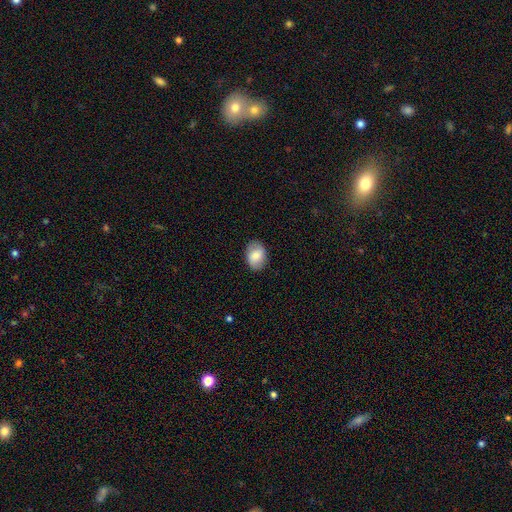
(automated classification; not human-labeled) Smooth or featured?
  - smooth: 76% *
  - featured or disk: 17%
  - star or artifact: 7%
How rounded?
  - in between: 78% *
  - round: 21%
  - cigar-shaped: 1%
Merging?
  - none: 84% *
  - minor disturbance: 12%
  - major disturbance: 3%
  - merger: 1%